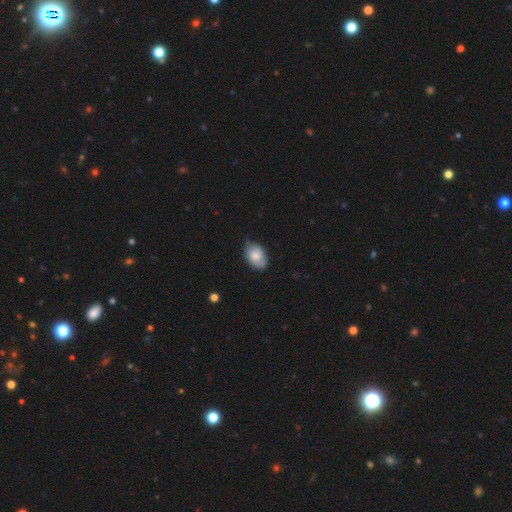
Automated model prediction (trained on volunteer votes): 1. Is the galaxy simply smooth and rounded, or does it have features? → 79% smooth, 14% featured or disk, 7% star or artifact.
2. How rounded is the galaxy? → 85% in between, 14% round, 1% cigar-shaped.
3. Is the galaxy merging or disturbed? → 69% none, 27% minor disturbance, 4% major disturbance, 1% merger.